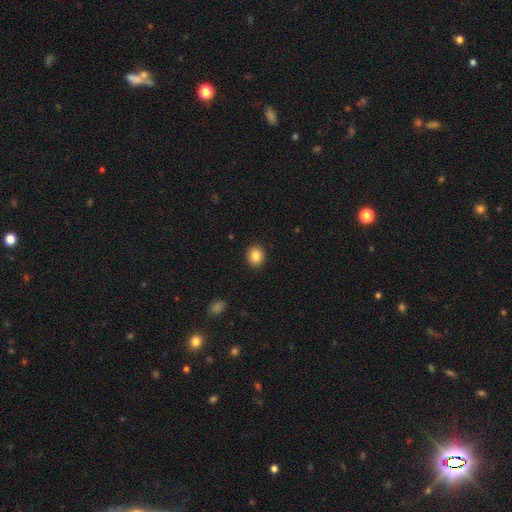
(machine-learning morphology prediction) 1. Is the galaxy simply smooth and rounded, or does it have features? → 85% smooth, 9% star or artifact, 6% featured or disk.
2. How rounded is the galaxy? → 69% round, 30% in between, 1% cigar-shaped.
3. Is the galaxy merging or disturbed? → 91% none, 6% minor disturbance, 2% major disturbance, 1% merger.